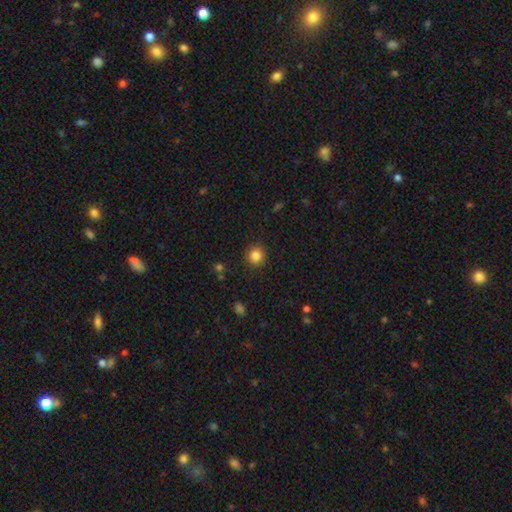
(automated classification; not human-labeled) Smooth or featured? smooth (84%)
How rounded? round (91%)
Merging? none (90%)